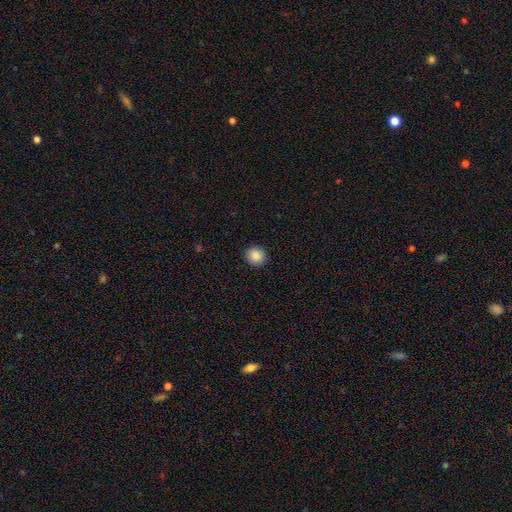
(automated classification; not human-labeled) Smooth or featured? smooth (88%)
How rounded? round (86%)
Merging? none (91%)